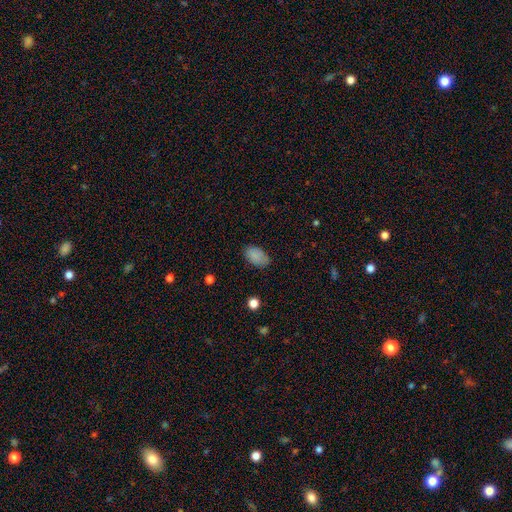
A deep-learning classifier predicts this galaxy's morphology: This is clearly a smooth galaxy (86%). How rounded: clearly in between (92%). Merging: likely none (79%).